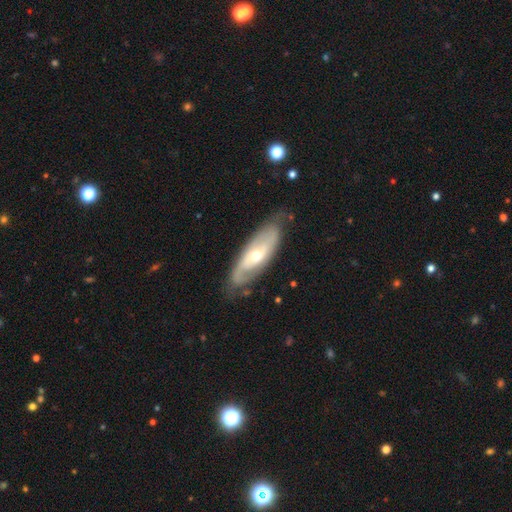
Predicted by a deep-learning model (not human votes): Overall: featured or disk (72%). Edge-on disk: no (83%). Bar: no (65%). Spiral arms: yes (75%). Bulge size: moderate (54%; small 42%). Merging: none (72%).